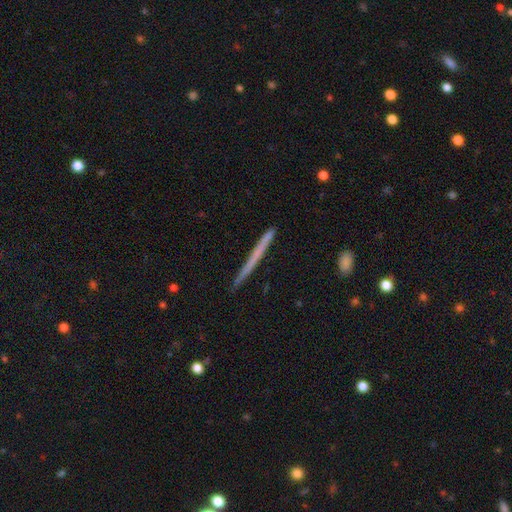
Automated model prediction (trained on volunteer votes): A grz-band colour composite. It shows a smooth galaxy with no disk features (48%). Merging: none (89%).